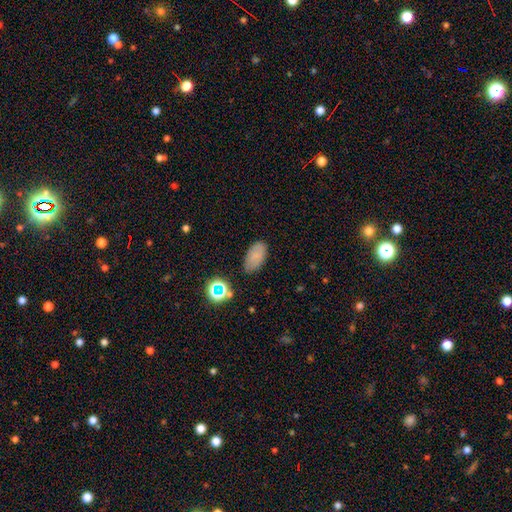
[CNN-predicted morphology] Smooth or featured? Predicted: smooth (p=0.78). How rounded? Predicted: in between (p=0.92). Merging? Predicted: none (p=0.80).